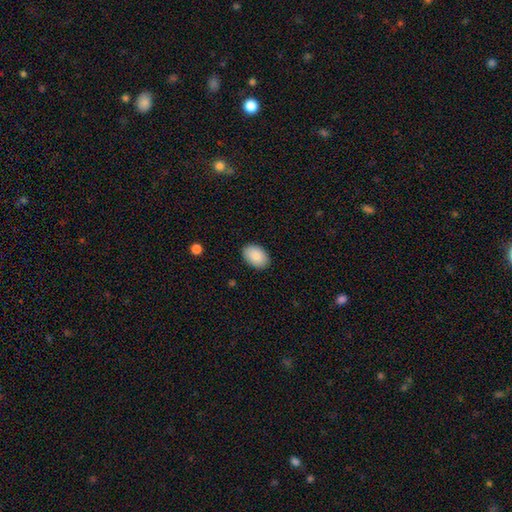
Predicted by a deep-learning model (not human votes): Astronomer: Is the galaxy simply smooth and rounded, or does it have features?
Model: smooth — 90%.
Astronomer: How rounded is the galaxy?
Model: in between — 89%.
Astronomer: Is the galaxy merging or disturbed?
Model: none — 89%.